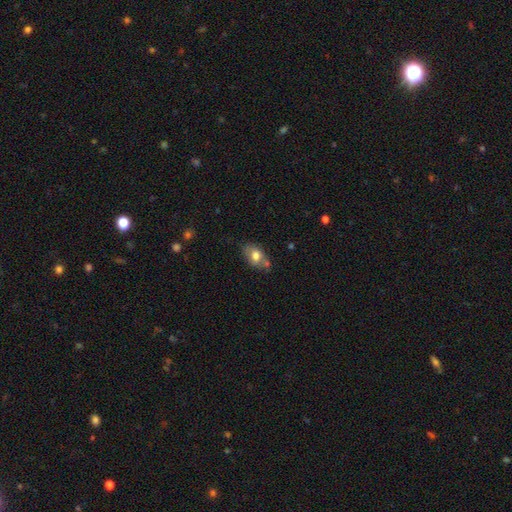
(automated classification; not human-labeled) Q: Smooth or featured?
A: smooth (72%); runner-up: featured or disk (19%)
Q: How rounded?
A: in between (82%); runner-up: round (16%)
Q: Merging?
A: none (56%); runner-up: minor disturbance (24%)